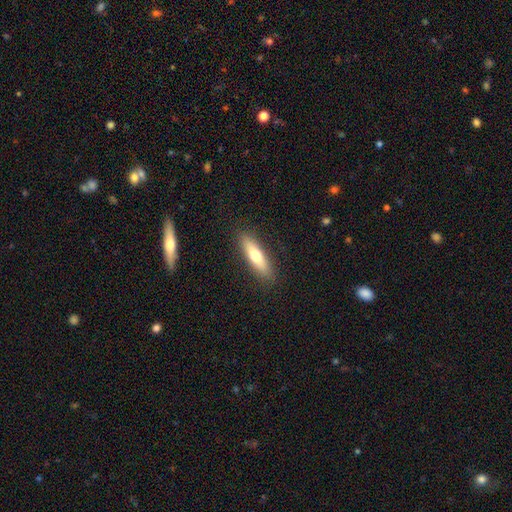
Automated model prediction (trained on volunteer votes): smooth-or-featured: smooth: 66% | featured or disk: 28% | star or artifact: 6%
  how-rounded: cigar-shaped: 65% | in between: 33% | round: 2%
  merging: none: 89% | minor disturbance: 8% | major disturbance: 2% | merger: 1%